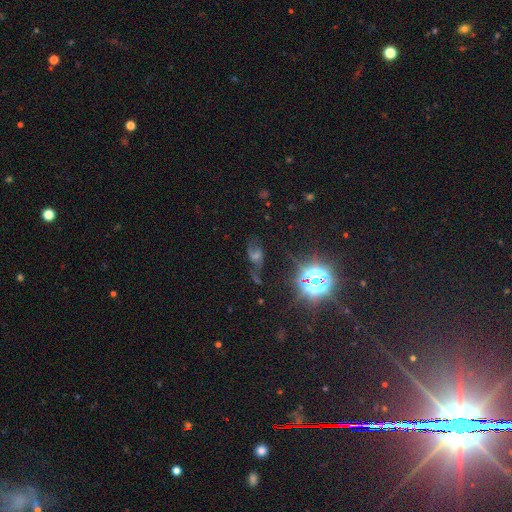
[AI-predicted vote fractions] A star or artifact, not a galaxy (51%).

Vote fractions:
- Smooth or featured? star or artifact: 51% / featured or disk: 29% / smooth: 20%